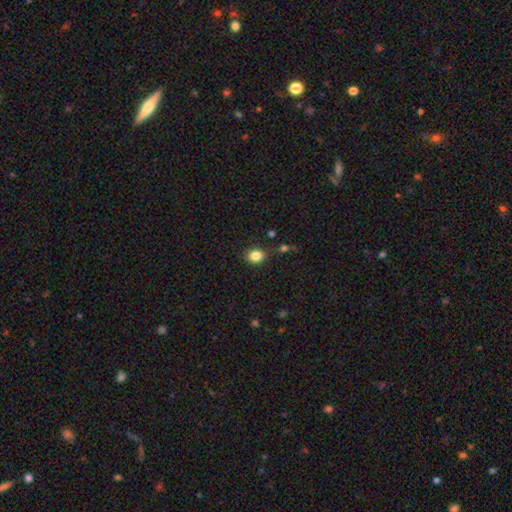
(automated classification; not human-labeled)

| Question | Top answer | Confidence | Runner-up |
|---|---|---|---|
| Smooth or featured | smooth | 84% | star or artifact (11%) |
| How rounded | round | 58% | in between (41%) |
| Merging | none | 77% | minor disturbance (14%) |